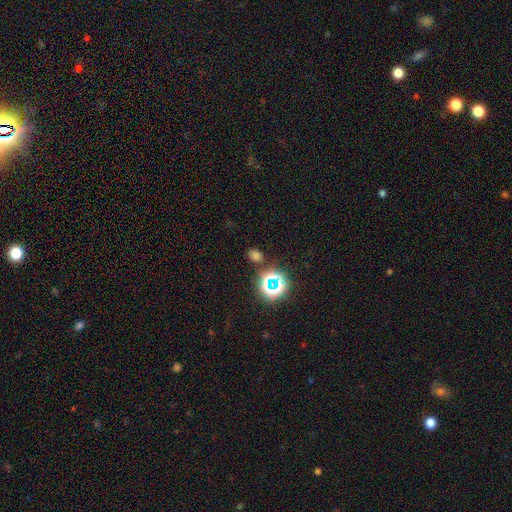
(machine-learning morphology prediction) smooth_or_featured: smooth (p=0.61) [alt: star or artifact p=0.34]
how_rounded: round (p=0.55) [alt: in between p=0.44]
merging: none (p=0.79) [alt: minor disturbance p=0.11]